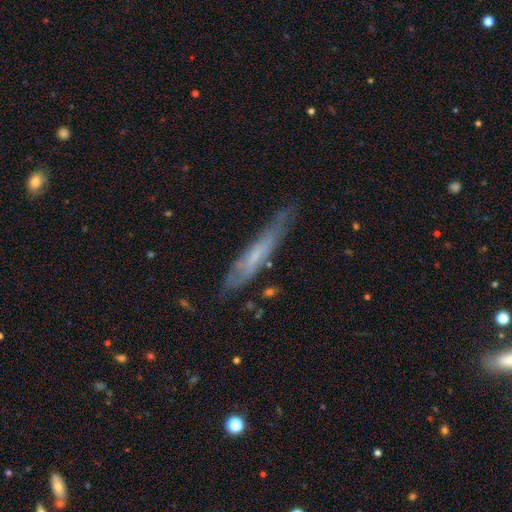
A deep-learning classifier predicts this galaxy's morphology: Overall: featured or disk (55%; smooth 38%). Edge-on disk: yes (69%; no 31%). Merging: none (67%).